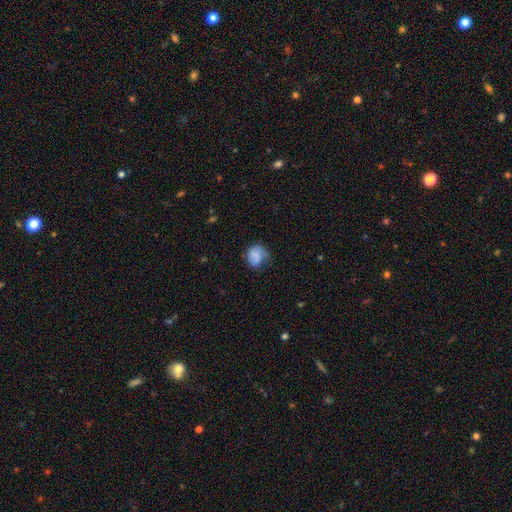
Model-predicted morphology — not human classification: A smooth galaxy with no disk features (73%) that is round (57%). Merging: none (39%).